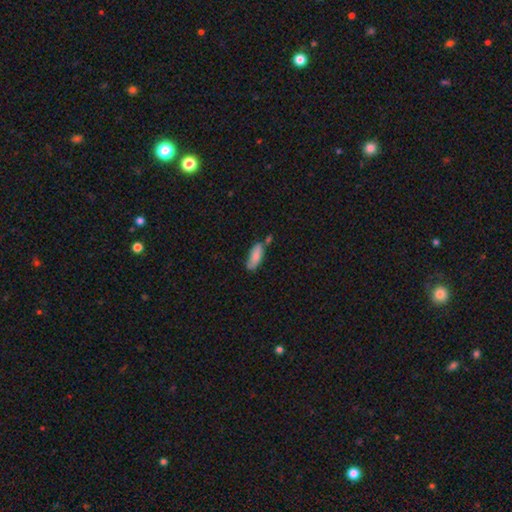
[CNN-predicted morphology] Overall: smooth (83%). How rounded: in between (70%). Merging: none (53%; minor disturbance 24%).